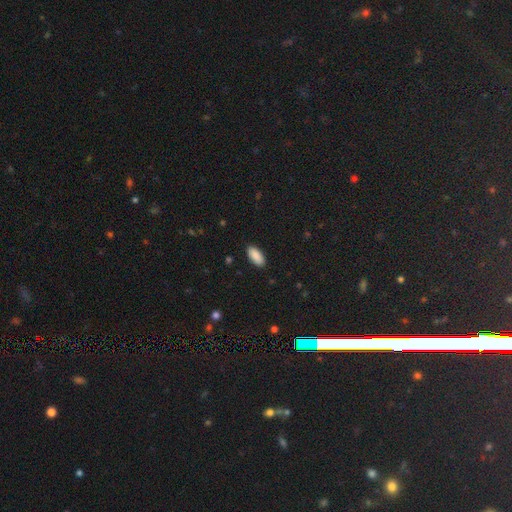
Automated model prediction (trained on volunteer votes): smooth 90%, star or artifact 6%, featured or disk 4%. Down the decision tree: how rounded — in between (91%); merging — none (89%).